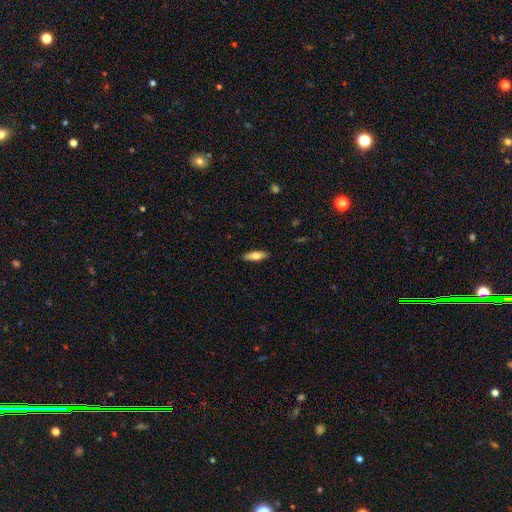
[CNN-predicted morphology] This appears to be a smooth galaxy with no disk features (70%) that is in between round and cigar-shaped (50%). Merging: none (88%).